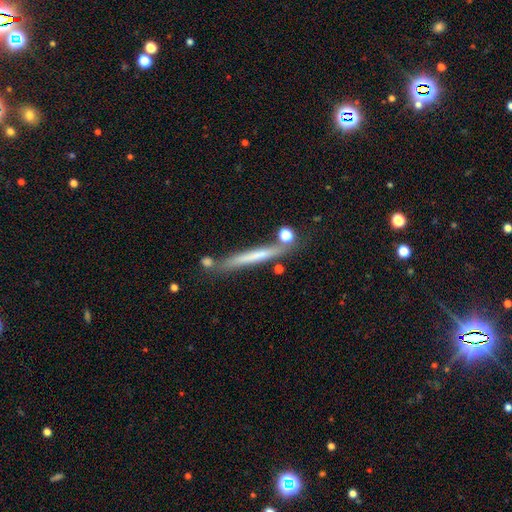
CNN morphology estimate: Smooth or featured: smooth — 51% (featured or disk — 41%)
How rounded: cigar-shaped — 96% (in between — 3%)
Merging: none — 72% (minor disturbance — 14%)